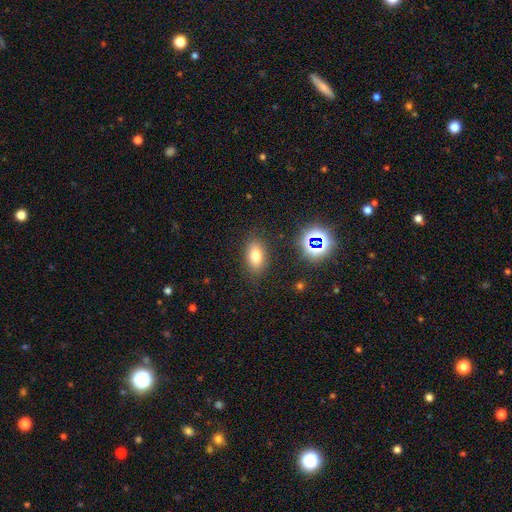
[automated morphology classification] Smooth or featured? smooth (72%)
How rounded? in between (86%)
Merging? none (84%)